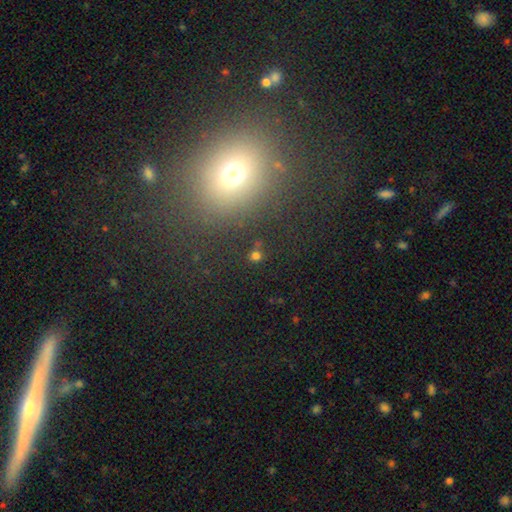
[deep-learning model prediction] smooth-or-featured: smooth: 63% | star or artifact: 29% | featured or disk: 7%
  how-rounded: round: 80% | in between: 18% | cigar-shaped: 2%
  merging: none: 72% | merger: 12% | minor disturbance: 11% | major disturbance: 6%